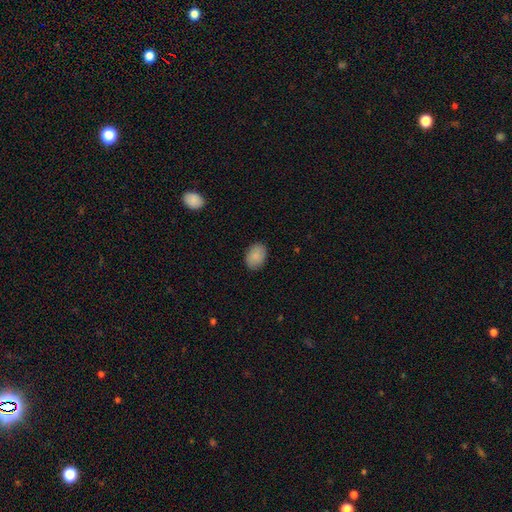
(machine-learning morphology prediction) smooth_or_featured: smooth (p=0.88) [alt: star or artifact p=0.07]
how_rounded: in between (p=0.79) [alt: round p=0.20]
merging: none (p=0.87) [alt: minor disturbance p=0.09]